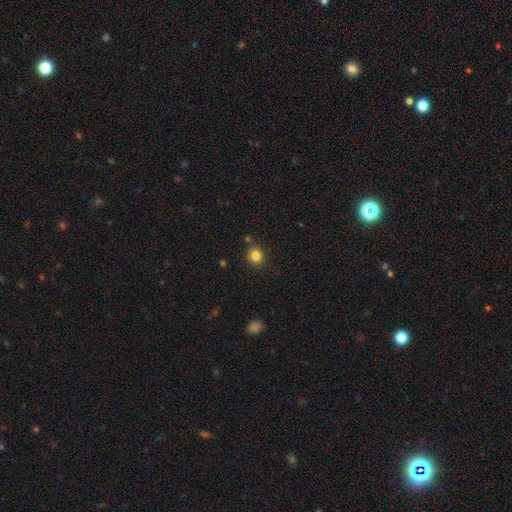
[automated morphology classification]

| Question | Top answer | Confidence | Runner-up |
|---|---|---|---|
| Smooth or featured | smooth | 82% | star or artifact (12%) |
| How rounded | round | 78% | in between (21%) |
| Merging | none | 85% | minor disturbance (9%) |